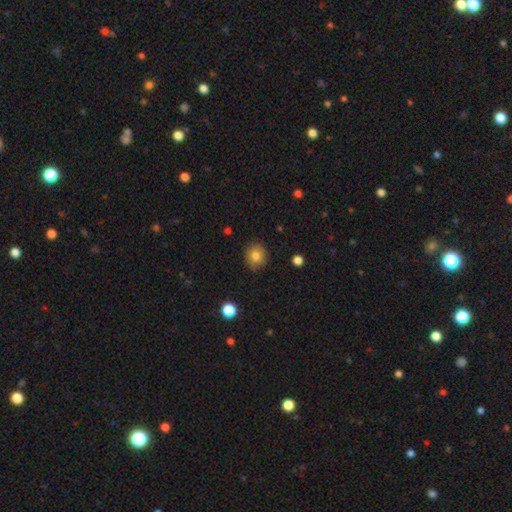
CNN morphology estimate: This is clearly a smooth galaxy (82%). How rounded: likely round (80%). Merging: clearly none (87%).